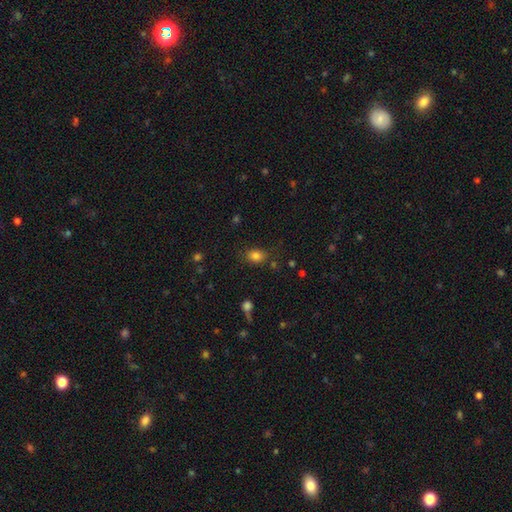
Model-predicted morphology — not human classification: smooth_or_featured: smooth (p=0.81) [alt: star or artifact p=0.12]
how_rounded: in between (p=0.65) [alt: round p=0.34]
merging: none (p=0.79) [alt: minor disturbance p=0.14]